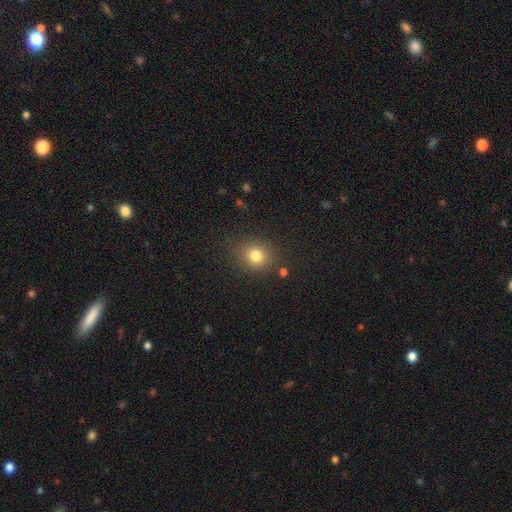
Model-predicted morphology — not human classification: Smooth or featured?
  - smooth: 80% *
  - star or artifact: 13%
  - featured or disk: 7%
How rounded?
  - round: 78% *
  - in between: 21%
  - cigar-shaped: 1%
Merging?
  - none: 83% *
  - minor disturbance: 10%
  - major disturbance: 4%
  - merger: 3%